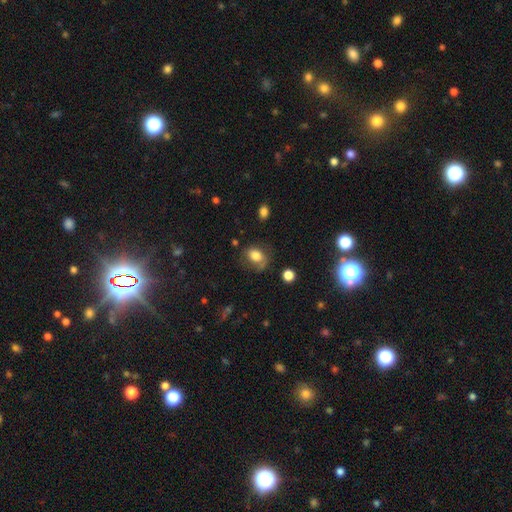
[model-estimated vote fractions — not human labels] smooth-or-featured: smooth: 75% | featured or disk: 15% | star or artifact: 10%
  how-rounded: in between: 64% | round: 35% | cigar-shaped: 1%
  merging: none: 52% | minor disturbance: 27% | major disturbance: 17% | merger: 3%